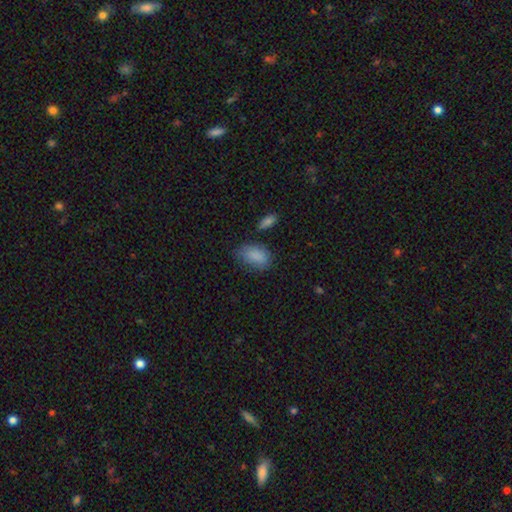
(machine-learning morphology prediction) smooth 87%, star or artifact 8%, featured or disk 6%. Down the decision tree: how rounded — in between (91%); merging — none (66%).